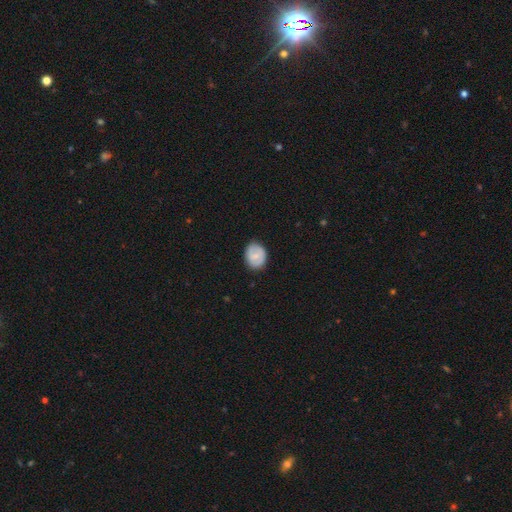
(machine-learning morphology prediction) A smooth galaxy with no disk features (65%) that is in between round and cigar-shaped (51%).

Vote fractions:
- Smooth or featured? smooth: 65% / featured or disk: 28% / star or artifact: 7%
- How rounded? in between: 51% / round: 48% / cigar-shaped: 1%
- Merging? none: 82% / minor disturbance: 13% / major disturbance: 3% / merger: 1%